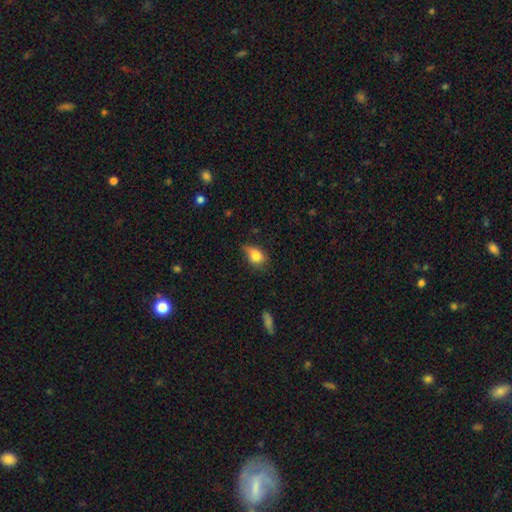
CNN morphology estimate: smooth_or_featured: smooth (p=0.81) [alt: featured or disk p=0.10]
how_rounded: in between (p=0.71) [alt: round p=0.26]
merging: none (p=0.47) [alt: minor disturbance p=0.40]